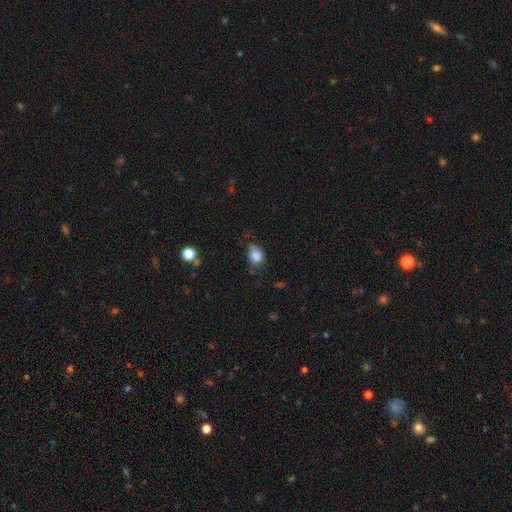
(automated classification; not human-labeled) Smooth or featured?
  - smooth: 82% *
  - star or artifact: 9%
  - featured or disk: 9%
How rounded?
  - in between: 58% *
  - round: 40%
  - cigar-shaped: 1%
Merging?
  - none: 51% *
  - minor disturbance: 33%
  - major disturbance: 13%
  - merger: 3%